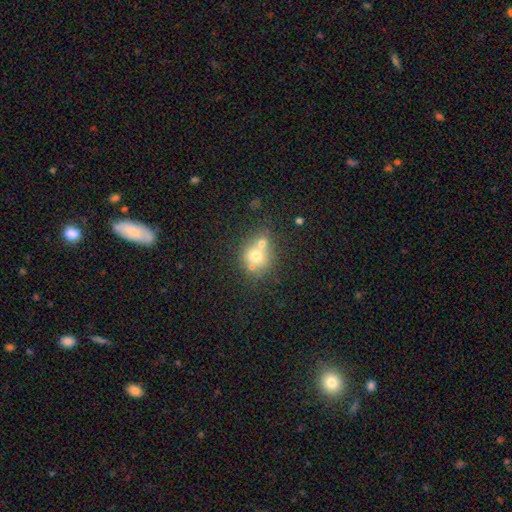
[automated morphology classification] smooth_or_featured: smooth (p=0.66) [alt: featured or disk p=0.20]
how_rounded: round (p=0.80) [alt: in between p=0.19]
merging: merger (p=0.47) [alt: none p=0.40]